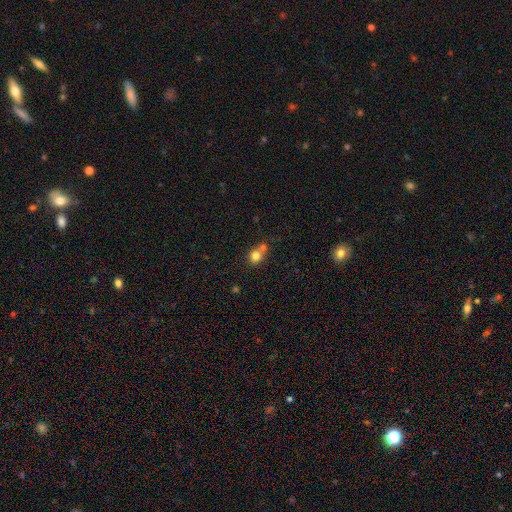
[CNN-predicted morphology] Smooth or featured?
  - smooth: 78% *
  - star or artifact: 11%
  - featured or disk: 10%
How rounded?
  - round: 77% *
  - in between: 22%
  - cigar-shaped: 1%
Merging?
  - merger: 44% *
  - none: 43%
  - minor disturbance: 9%
  - major disturbance: 4%